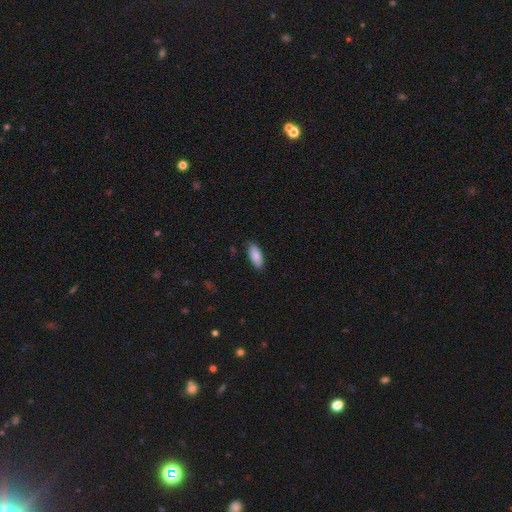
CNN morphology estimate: Q: Smooth or featured?
A: smooth (88%); runner-up: star or artifact (6%)
Q: How rounded?
A: in between (82%); runner-up: cigar-shaped (16%)
Q: Merging?
A: none (86%); runner-up: minor disturbance (11%)